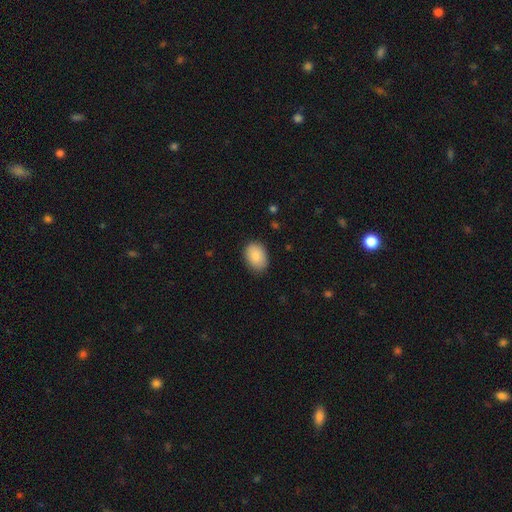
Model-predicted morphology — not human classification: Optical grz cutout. It shows a smooth galaxy with no disk features (88%) that is in between round and cigar-shaped (77%). Merging: none (85%).